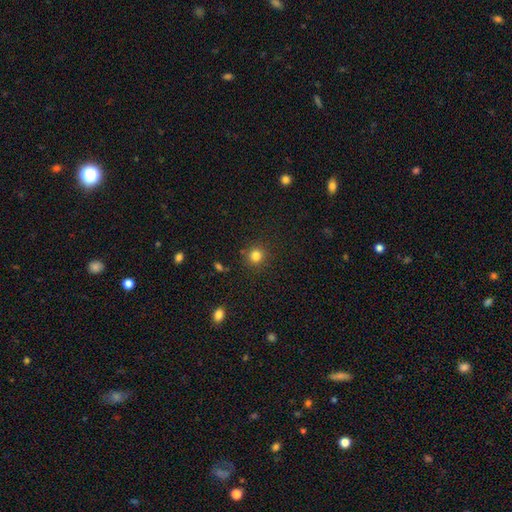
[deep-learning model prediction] smooth-or-featured: smooth: 82% | star or artifact: 13% | featured or disk: 5%
  how-rounded: round: 92% | in between: 7% | cigar-shaped: 1%
  merging: none: 87% | minor disturbance: 7% | major disturbance: 3% | merger: 3%